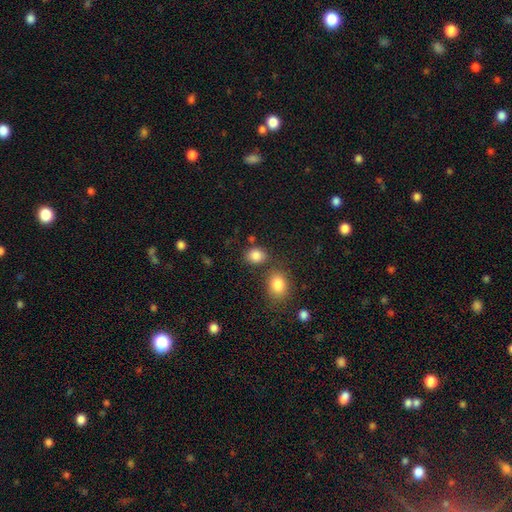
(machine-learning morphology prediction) type=smooth (85%); roundness=round (56%); merging=none (70%).